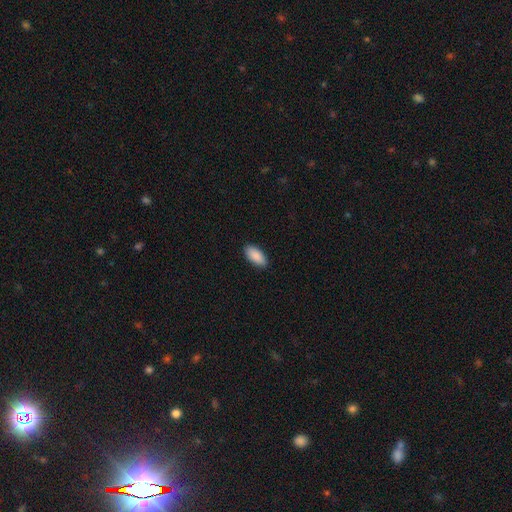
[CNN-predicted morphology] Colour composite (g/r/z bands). It shows a smooth galaxy with no disk features (91%) that is in between round and cigar-shaped (91%). Merging: none (90%).